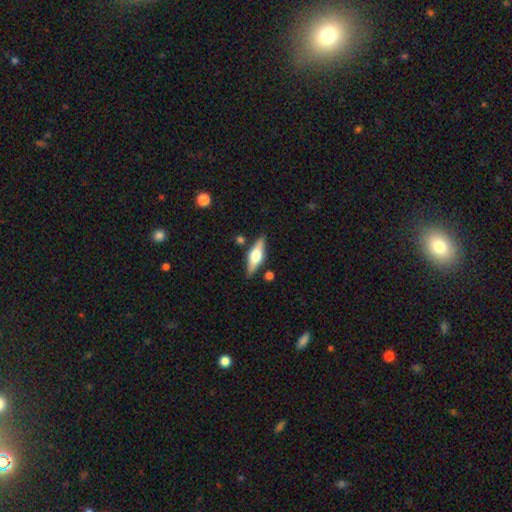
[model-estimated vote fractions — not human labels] smooth_or_featured: featured or disk (p=0.63) [alt: smooth p=0.31]
disk_edge_on: yes (p=0.94) [alt: no p=0.06]
edge_on_bulge: rounded (p=0.94) [alt: boxy p=0.04]
merging: none (p=0.85) [alt: minor disturbance p=0.10]